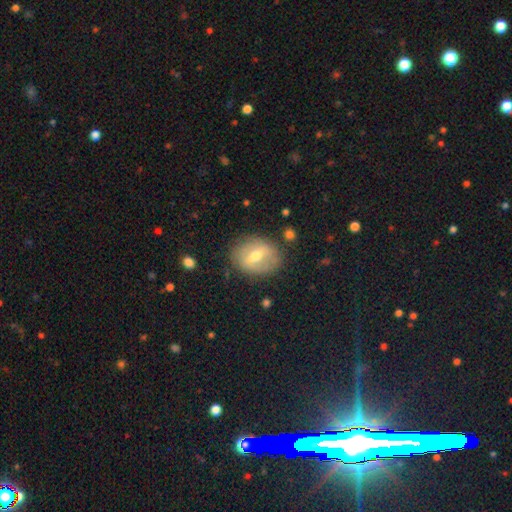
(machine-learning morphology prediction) Overall: featured or disk (53%; smooth 39%). Edge-on disk: no (92%). Merging: none (78%).